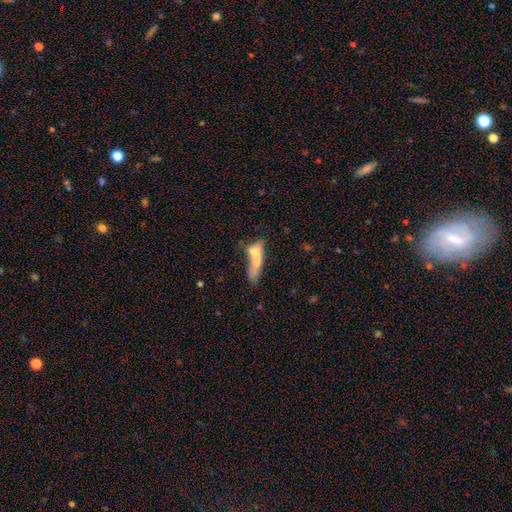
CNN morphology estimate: type=smooth (58%); roundness=cigar-shaped (48%); merging=merger (59%).